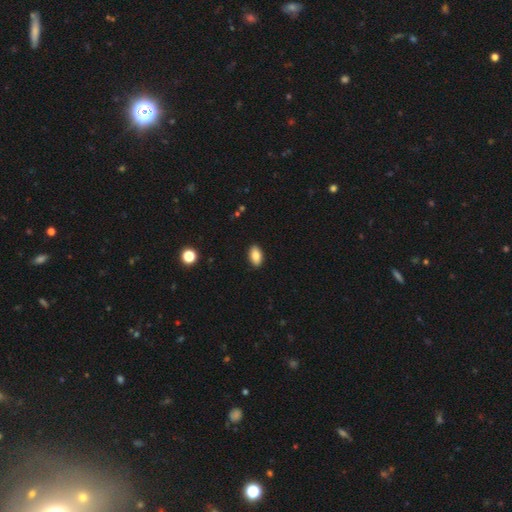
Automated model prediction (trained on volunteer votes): This is clearly a smooth galaxy (85%). How rounded: clearly in between (92%). Merging: clearly none (90%).